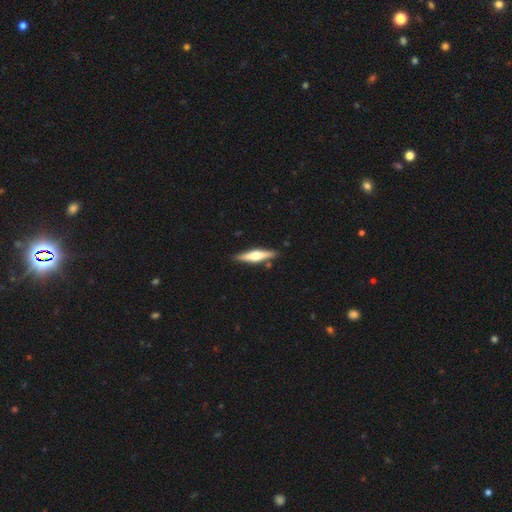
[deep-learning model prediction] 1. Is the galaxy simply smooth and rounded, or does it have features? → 60% featured or disk, 35% smooth, 5% star or artifact.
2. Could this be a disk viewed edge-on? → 96% yes, 4% no.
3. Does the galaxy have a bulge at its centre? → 90% rounded, 6% boxy, 3% none.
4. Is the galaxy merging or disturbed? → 87% none, 9% minor disturbance, 2% merger, 2% major disturbance.